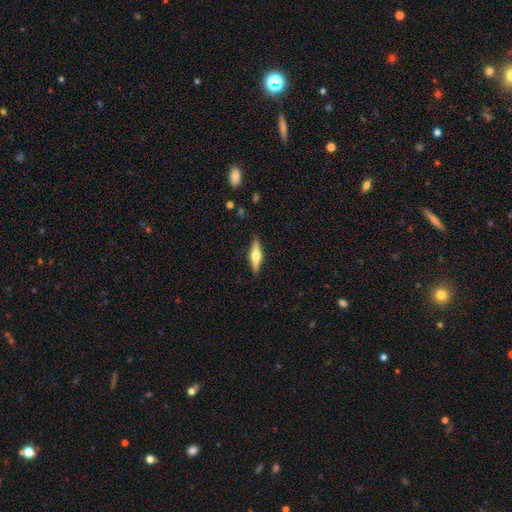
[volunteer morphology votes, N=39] smooth-or-featured: smooth: 46% (tied) | featured or disk: 46% (tied) | star or artifact: 8%
  how-rounded: cigar-shaped: 83% | in between: 17% | round: 0%
  merging: none: 86% | minor disturbance: 11% | merger: 3% | major disturbance: 0%